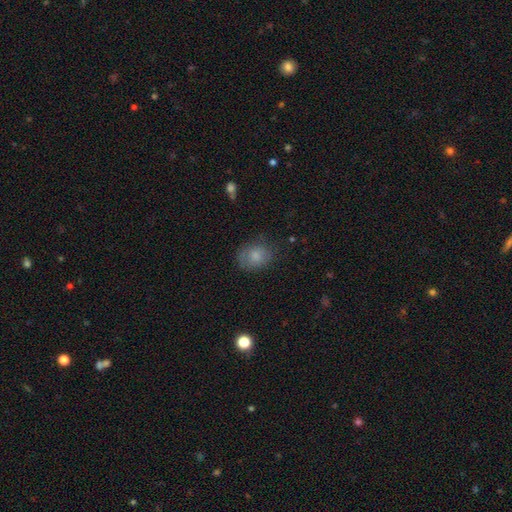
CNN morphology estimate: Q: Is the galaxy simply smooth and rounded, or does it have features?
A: smooth — 79%.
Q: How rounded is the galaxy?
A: in between — 53%.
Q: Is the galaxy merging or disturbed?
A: none — 67%.